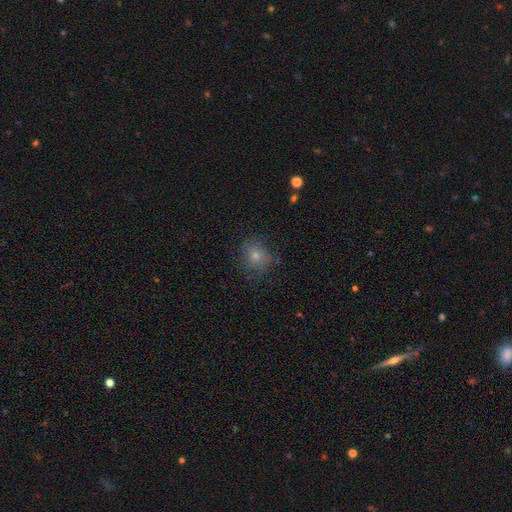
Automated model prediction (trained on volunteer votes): This appears to be a smooth galaxy with no disk features (73%) that is round (72%). Merging: none (70%).